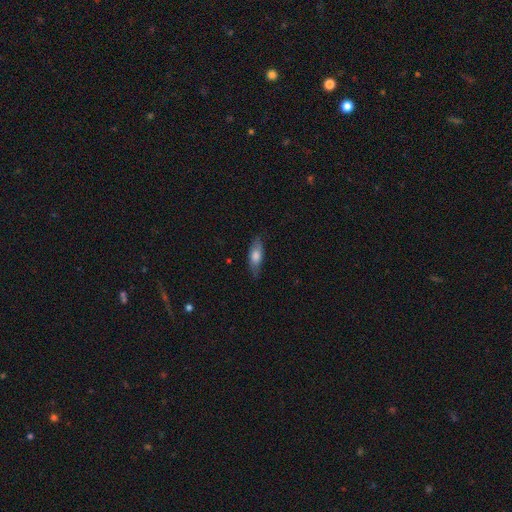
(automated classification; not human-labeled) Smooth or featured? Predicted: smooth (p=0.71). How rounded? Predicted: in between (p=0.67). Merging? Predicted: none (p=0.77).